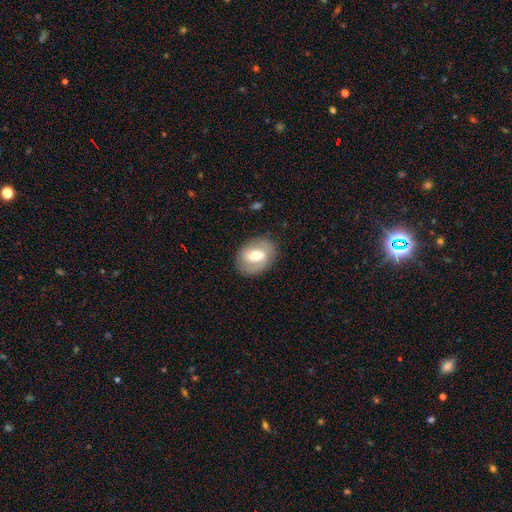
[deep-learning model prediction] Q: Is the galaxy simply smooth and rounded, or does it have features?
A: smooth — 47%.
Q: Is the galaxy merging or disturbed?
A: none — 81%.